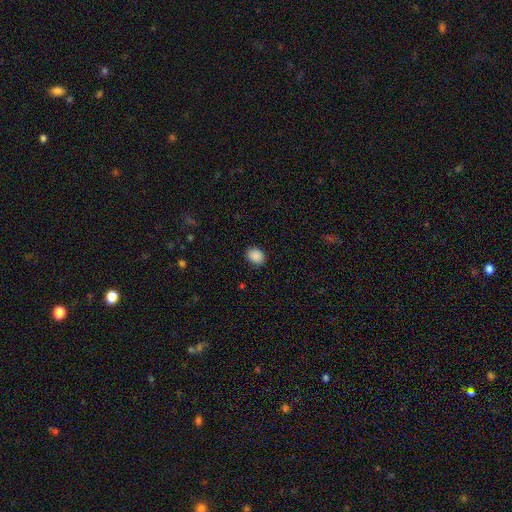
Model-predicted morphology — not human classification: Q: Smooth or featured?
A: smooth (89%); runner-up: star or artifact (8%)
Q: How rounded?
A: in between (55%); runner-up: round (44%)
Q: Merging?
A: none (88%); runner-up: minor disturbance (9%)